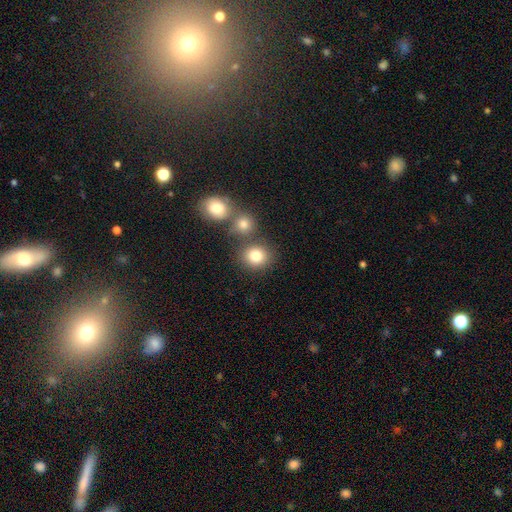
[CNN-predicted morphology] A smooth galaxy with no disk features (81%) that is round (81%).

Vote fractions:
- Smooth or featured? smooth: 81% / star or artifact: 12% / featured or disk: 7%
- How rounded? round: 81% / in between: 18% / cigar-shaped: 1%
- Merging? none: 69% / merger: 20% / minor disturbance: 8% / major disturbance: 3%